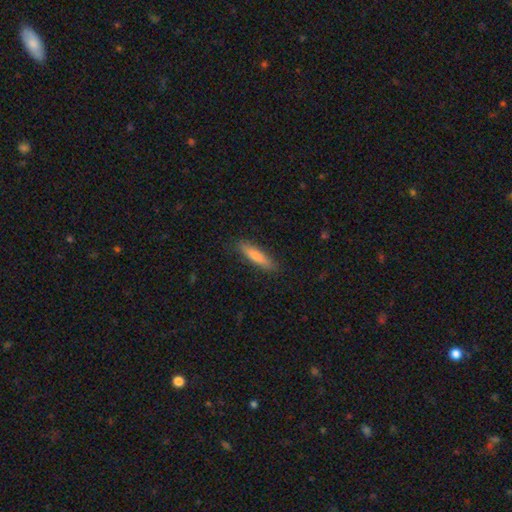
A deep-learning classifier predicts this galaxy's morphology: A smooth galaxy with no disk features (76%) that is cigar-shaped (83%).

Vote fractions:
- Smooth or featured? smooth: 76% / featured or disk: 18% / star or artifact: 6%
- How rounded? cigar-shaped: 83% / in between: 15% / round: 1%
- Merging? none: 88% / minor disturbance: 9% / major disturbance: 2% / merger: 1%